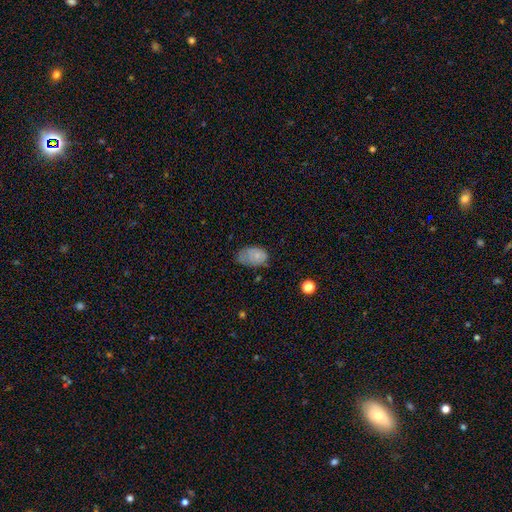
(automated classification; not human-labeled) Smooth or featured? smooth (73%)
How rounded? in between (87%)
Merging? none (42%)